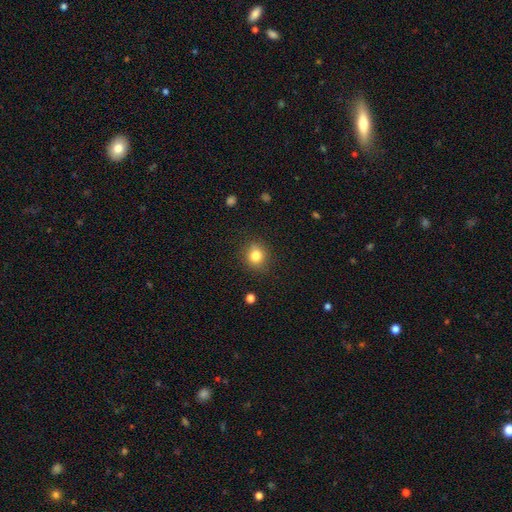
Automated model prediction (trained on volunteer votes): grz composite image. It shows a smooth galaxy with no disk features (81%) that is round (81%). Merging: none (86%).